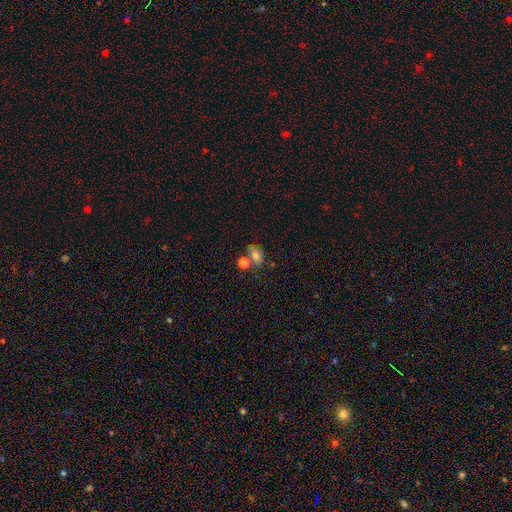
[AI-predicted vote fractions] The model was most divided on "merging": none: 49%, merger: 27%, minor disturbance: 17%, major disturbance: 7%. More confident: smooth or featured — smooth (71%); how rounded — in between (62%).